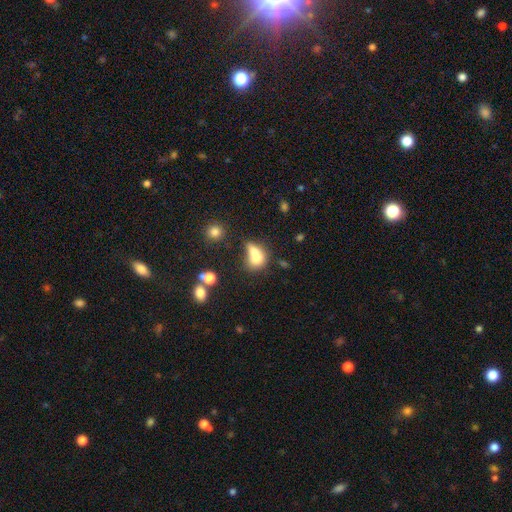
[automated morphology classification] This appears to be a smooth galaxy with no disk features (69%) that is in between round and cigar-shaped (63%). Merging: merger (50%).